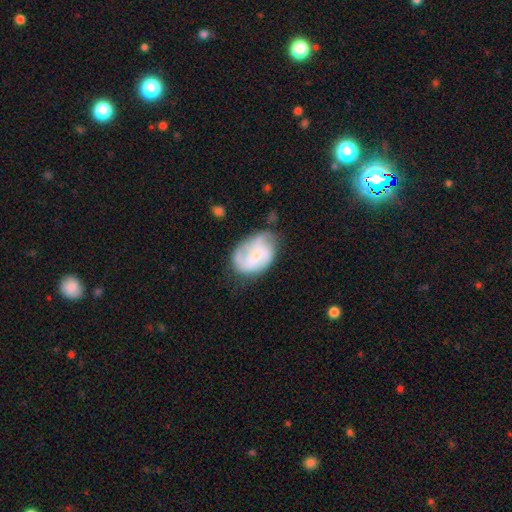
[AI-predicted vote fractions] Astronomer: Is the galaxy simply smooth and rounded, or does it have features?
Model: featured or disk — 60%.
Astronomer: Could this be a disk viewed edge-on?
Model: no — 98%.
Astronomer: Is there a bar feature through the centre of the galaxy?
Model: no — 54% (runner-up: weak, 37%).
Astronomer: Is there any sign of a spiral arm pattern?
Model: yes — 79%.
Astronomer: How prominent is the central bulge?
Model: small — 56%.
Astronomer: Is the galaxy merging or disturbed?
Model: none — 46% (runner-up: minor disturbance, 32%).